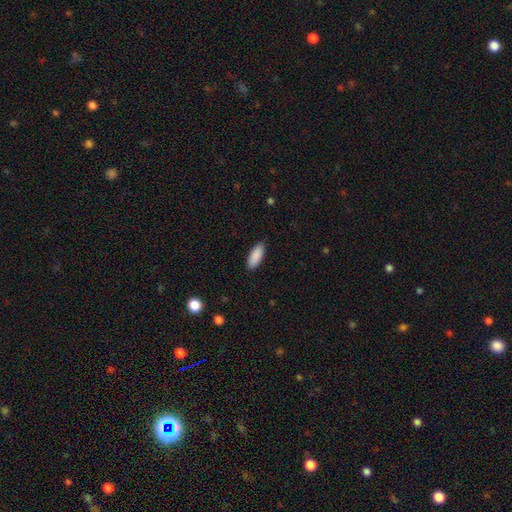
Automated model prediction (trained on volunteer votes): A smooth galaxy with no disk features (90%) that is in between round and cigar-shaped (80%).

Vote fractions:
- Smooth or featured? smooth: 90% / star or artifact: 6% / featured or disk: 4%
- How rounded? in between: 80% / cigar-shaped: 18% / round: 2%
- Merging? none: 87% / minor disturbance: 10% / major disturbance: 2% / merger: 1%